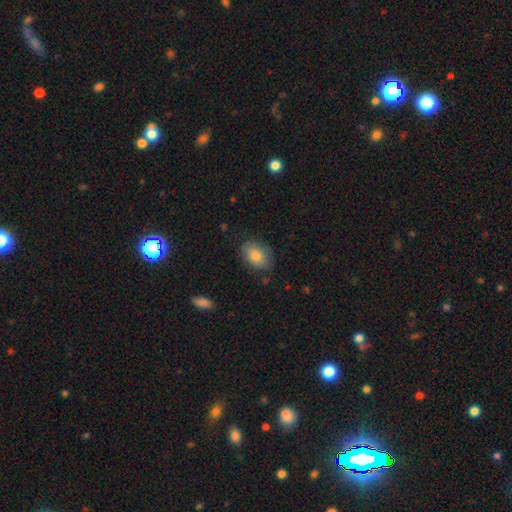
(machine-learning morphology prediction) Smooth or featured? smooth (81%)
How rounded? in between (77%)
Merging? none (77%)